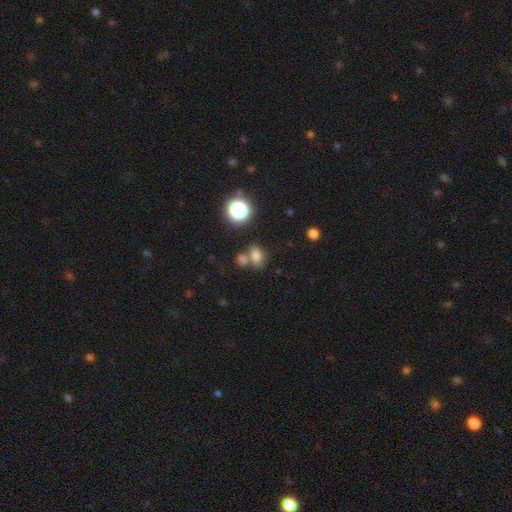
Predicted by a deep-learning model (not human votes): The model was most divided on "merging": none: 50%, merger: 33%, minor disturbance: 12%, major disturbance: 5%. More confident: smooth or featured — smooth (74%); how rounded — in between (72%).